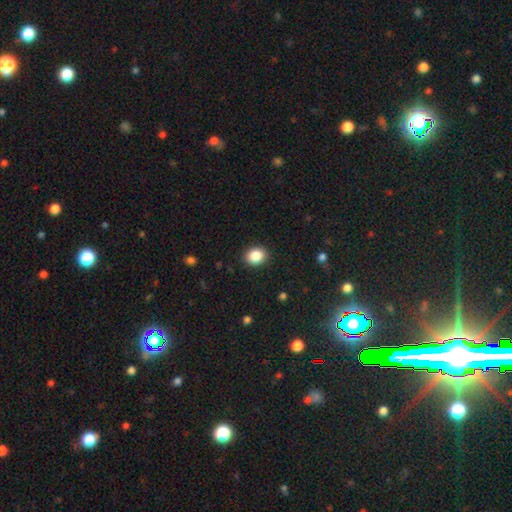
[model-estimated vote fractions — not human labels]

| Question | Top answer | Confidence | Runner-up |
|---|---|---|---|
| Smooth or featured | smooth | 87% | star or artifact (9%) |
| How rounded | round | 57% | in between (42%) |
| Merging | none | 89% | minor disturbance (7%) |